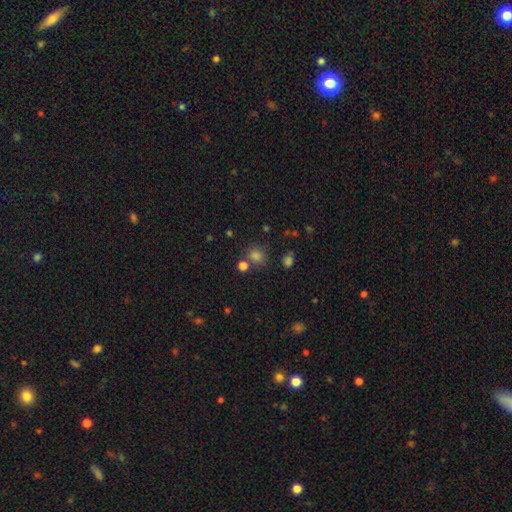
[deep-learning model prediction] smooth-or-featured: smooth: 75% | star or artifact: 19% | featured or disk: 6%
  how-rounded: round: 79% | in between: 20% | cigar-shaped: 1%
  merging: none: 71% | merger: 14% | minor disturbance: 11% | major disturbance: 4%